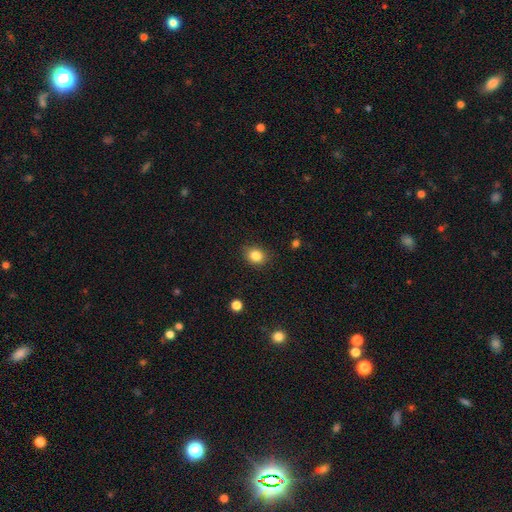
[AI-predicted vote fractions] smooth 84%, star or artifact 10%, featured or disk 5%. Down the decision tree: how rounded — round (58%); merging — none (87%).